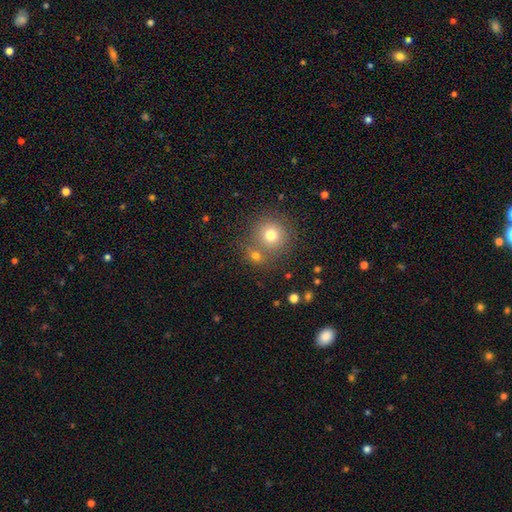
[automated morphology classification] Smooth or featured: smooth — 73% (star or artifact — 17%)
How rounded: round — 83% (in between — 16%)
Merging: none — 63% (merger — 25%)